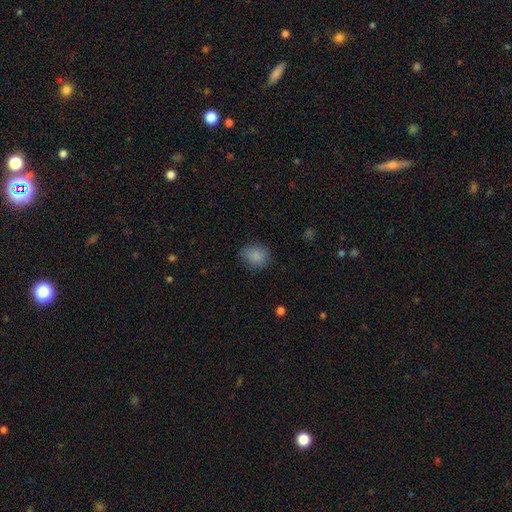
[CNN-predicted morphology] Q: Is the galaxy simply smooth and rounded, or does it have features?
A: smooth — 86%.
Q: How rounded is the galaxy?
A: round — 58%.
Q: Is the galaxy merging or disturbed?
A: none — 81%.